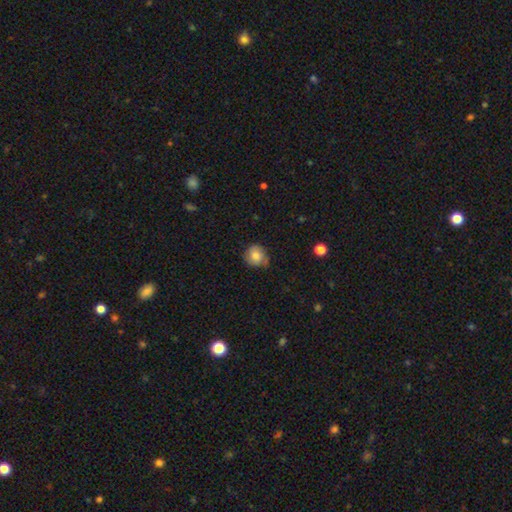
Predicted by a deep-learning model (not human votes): Smooth or featured: smooth — 76% (featured or disk — 15%)
How rounded: round — 85% (in between — 14%)
Merging: none — 63% (minor disturbance — 29%)